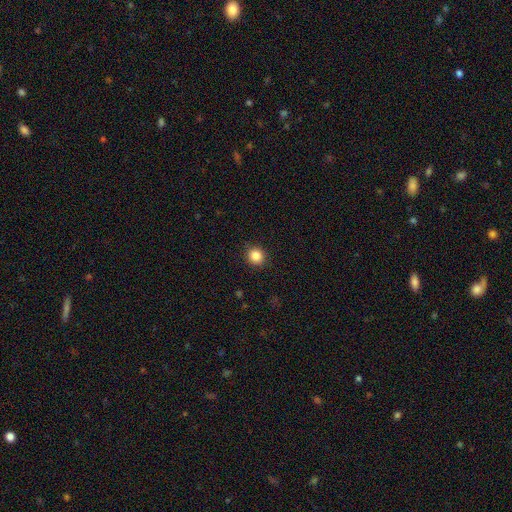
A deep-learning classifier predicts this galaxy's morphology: Smooth or featured: smooth — 86% (star or artifact — 10%)
How rounded: round — 90% (in between — 9%)
Merging: none — 91% (minor disturbance — 6%)